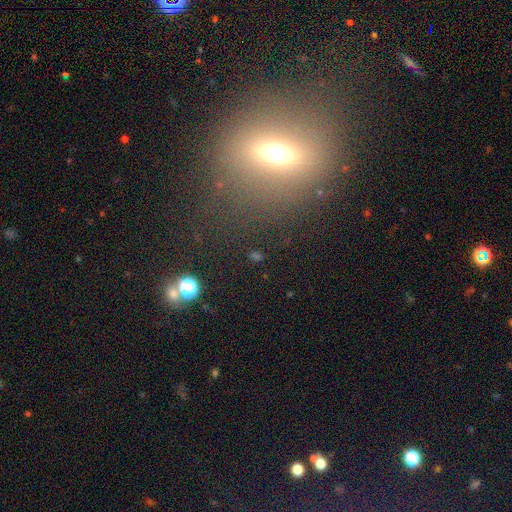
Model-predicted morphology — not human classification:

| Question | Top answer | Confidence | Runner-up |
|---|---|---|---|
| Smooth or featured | star or artifact | 44% | smooth (40%) |